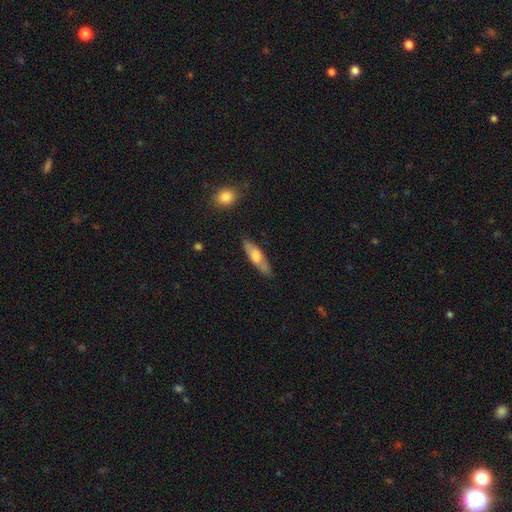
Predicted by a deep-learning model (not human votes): Q: Smooth or featured?
A: smooth (62%); runner-up: featured or disk (32%)
Q: How rounded?
A: cigar-shaped (61%); runner-up: in between (37%)
Q: Merging?
A: none (82%); runner-up: minor disturbance (13%)